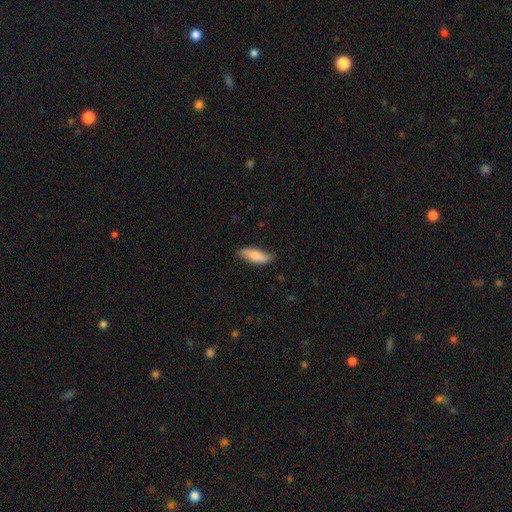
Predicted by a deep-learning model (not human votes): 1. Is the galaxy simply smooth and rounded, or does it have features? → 75% smooth, 19% featured or disk, 6% star or artifact.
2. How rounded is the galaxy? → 60% in between, 38% cigar-shaped, 2% round.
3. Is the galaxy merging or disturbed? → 75% none, 20% minor disturbance, 3% major disturbance, 1% merger.